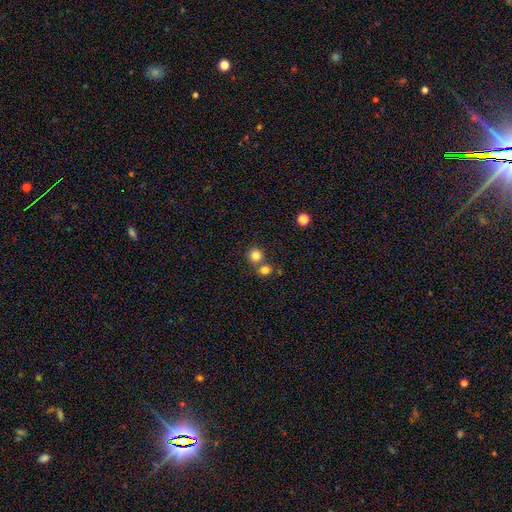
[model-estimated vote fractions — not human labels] This is clearly a smooth galaxy (82%). How rounded: clearly round (92%). Merging: likely none (66%).